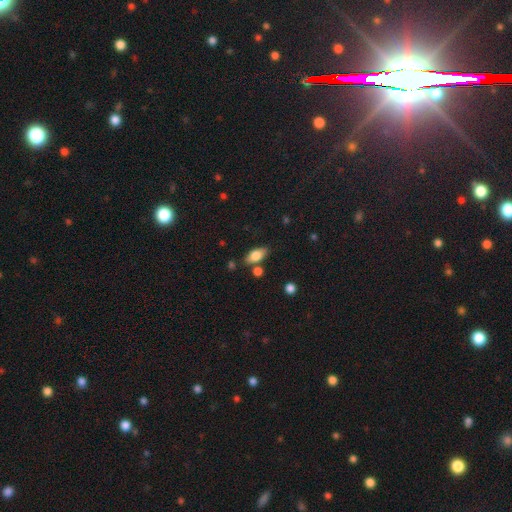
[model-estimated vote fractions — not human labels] smooth_or_featured: smooth (p=0.76) [alt: featured or disk p=0.16]
how_rounded: in between (p=0.85) [alt: cigar-shaped p=0.10]
merging: none (p=0.75) [alt: minor disturbance p=0.13]